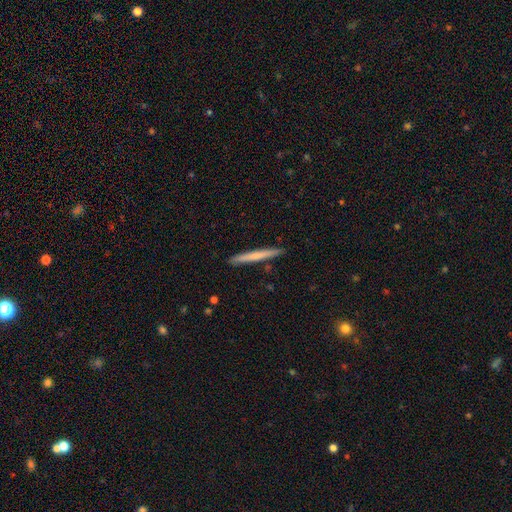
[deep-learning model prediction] Smooth or featured? Predicted: smooth (p=0.62). How rounded? Predicted: cigar-shaped (p=0.97). Merging? Predicted: none (p=0.90).